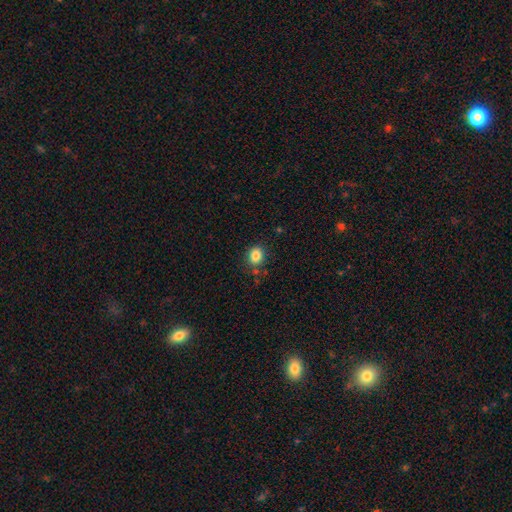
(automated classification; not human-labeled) This is clearly a smooth galaxy (85%). How rounded: likely round (64%). Merging: clearly none (81%).